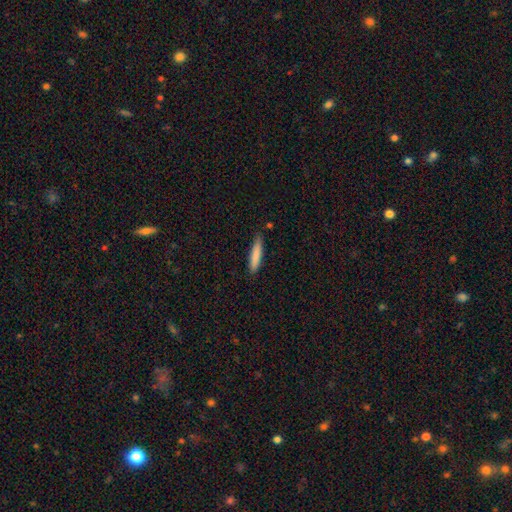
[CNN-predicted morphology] smooth 83%, featured or disk 10%, star or artifact 6%. Down the decision tree: how rounded — cigar-shaped (87%); merging — none (80%).